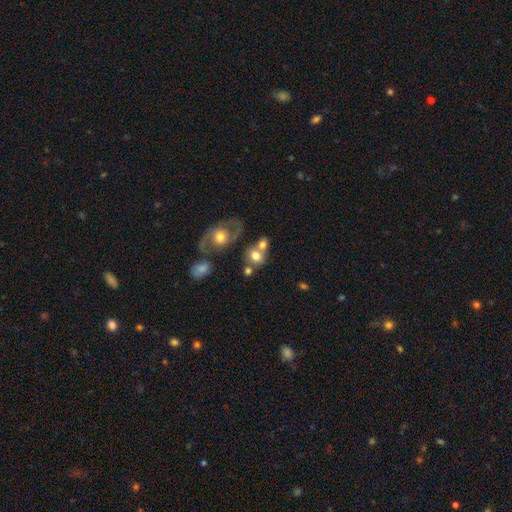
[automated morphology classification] Overall: smooth (65%). How rounded: round (63%; in between 36%). Merging: merger (44%; none 39%).